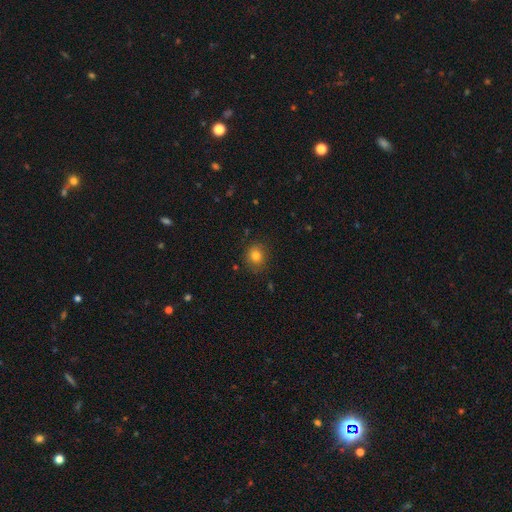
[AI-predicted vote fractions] A smooth galaxy with no disk features (80%) that is round (78%). Merging: none (84%).